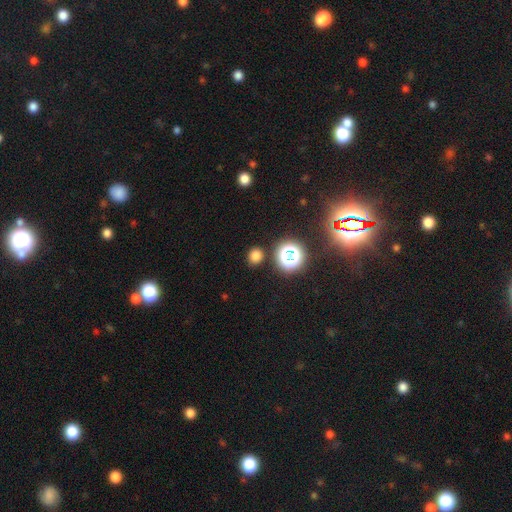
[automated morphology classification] smooth_or_featured: smooth (p=0.73) [alt: star or artifact p=0.22]
how_rounded: round (p=0.81) [alt: in between p=0.18]
merging: none (p=0.86) [alt: minor disturbance p=0.08]